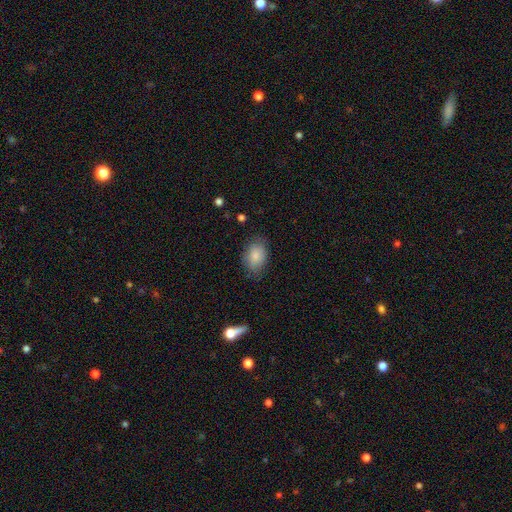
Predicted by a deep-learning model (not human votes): Q: Smooth or featured?
A: smooth (85%); runner-up: featured or disk (8%)
Q: How rounded?
A: in between (82%); runner-up: round (16%)
Q: Merging?
A: none (76%); runner-up: minor disturbance (18%)